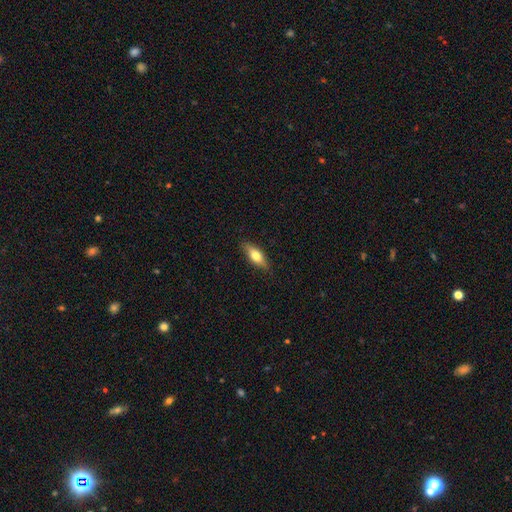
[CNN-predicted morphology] The model was most divided on "how rounded": in between: 64%, cigar-shaped: 33%, round: 3%. More confident: merging — none (85%); smooth or featured — smooth (64%).